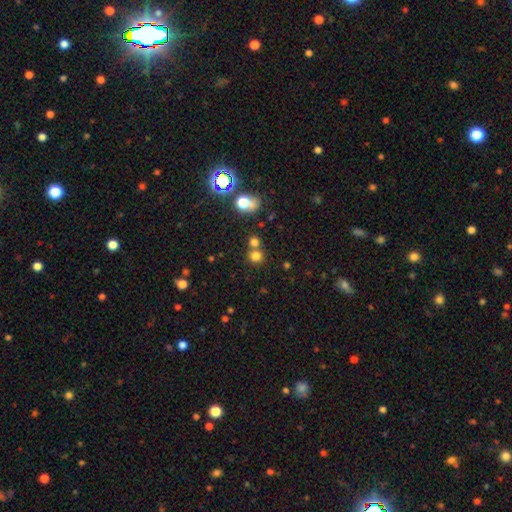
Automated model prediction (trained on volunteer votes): smooth 74%, star or artifact 20%, featured or disk 7%. Down the decision tree: how rounded — round (87%); merging — none (65%).